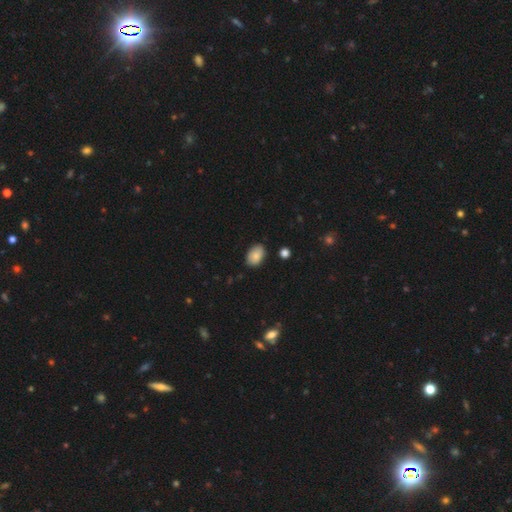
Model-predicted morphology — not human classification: Smooth or featured: smooth — 85% (star or artifact — 7%)
How rounded: in between — 88% (round — 11%)
Merging: none — 84% (minor disturbance — 12%)